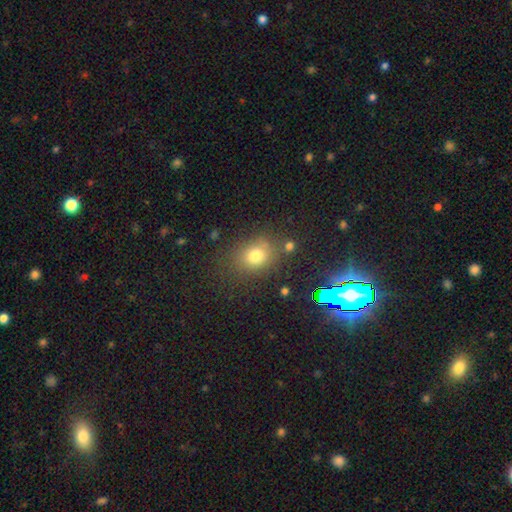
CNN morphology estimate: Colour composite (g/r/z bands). It shows a smooth galaxy with no disk features (74%) that is round (56%). Merging: none (73%).